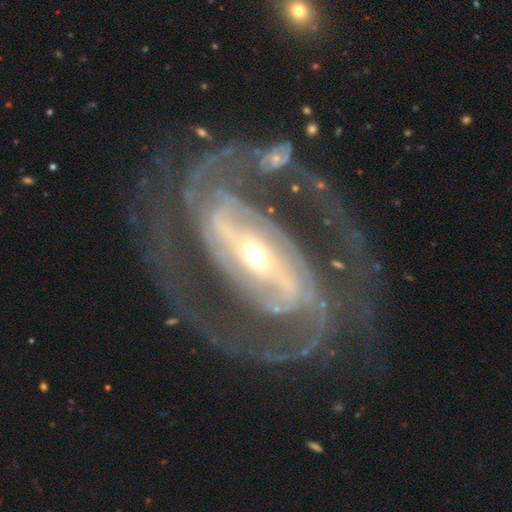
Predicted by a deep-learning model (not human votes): Smooth or featured? featured or disk (92%)
Edge-on disk? no (97%)
Bar? strong (67%)
Spiral arms? yes (97%)
Spiral winding? medium (52%)
Spiral arm count? 2 (81%)
Bulge size? moderate (48%)
Merging? none (67%)